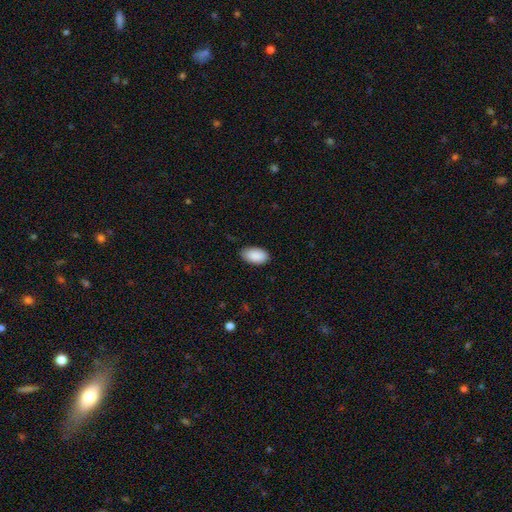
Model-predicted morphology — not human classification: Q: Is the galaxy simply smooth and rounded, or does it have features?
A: smooth — 91%.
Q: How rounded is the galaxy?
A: in between — 95%.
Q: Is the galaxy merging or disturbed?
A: none — 83%.